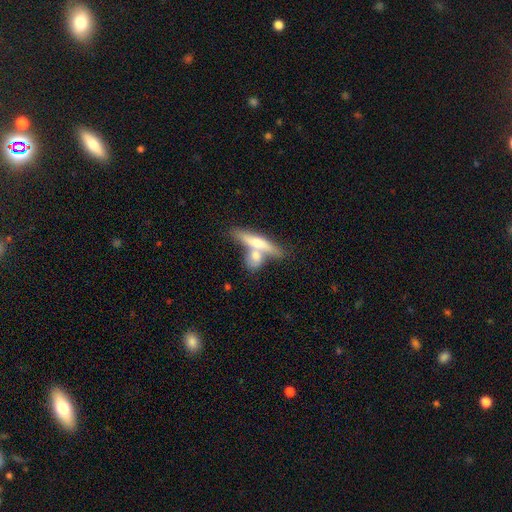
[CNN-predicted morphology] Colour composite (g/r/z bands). It shows a smooth galaxy with no disk features (58%) that is cigar-shaped (57%). Merging: merger (49%).